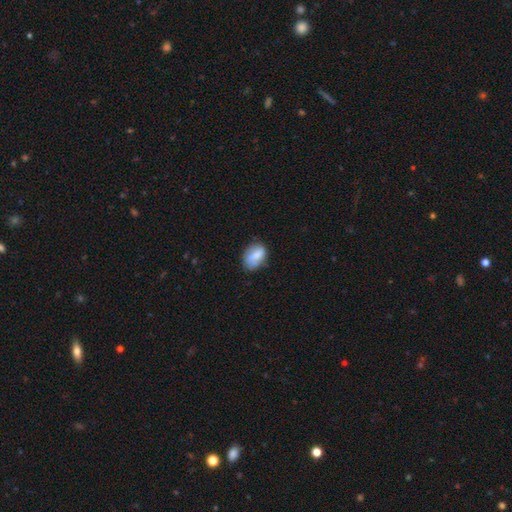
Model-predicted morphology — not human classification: This appears to be a smooth galaxy with no disk features (74%) that is in between round and cigar-shaped (83%). Merging: none (61%).